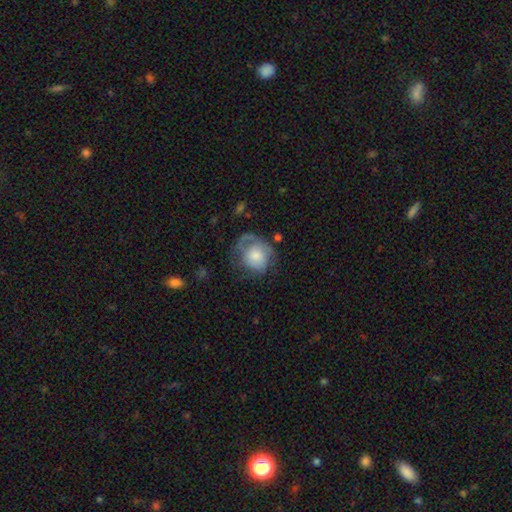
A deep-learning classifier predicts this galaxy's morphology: Smooth or featured: smooth — 54% (featured or disk — 38%)
How rounded: round — 69% (in between — 31%)
Merging: none — 40% (major disturbance — 29%)